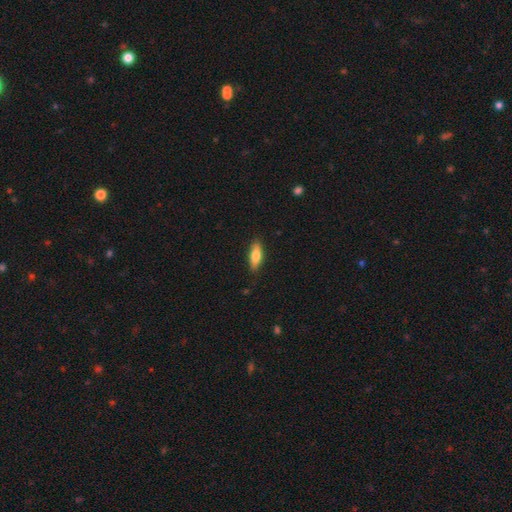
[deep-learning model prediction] Smooth or featured?
  - smooth: 74% *
  - featured or disk: 20%
  - star or artifact: 6%
How rounded?
  - in between: 57% *
  - cigar-shaped: 41%
  - round: 2%
Merging?
  - none: 86% *
  - minor disturbance: 11%
  - major disturbance: 2%
  - merger: 1%